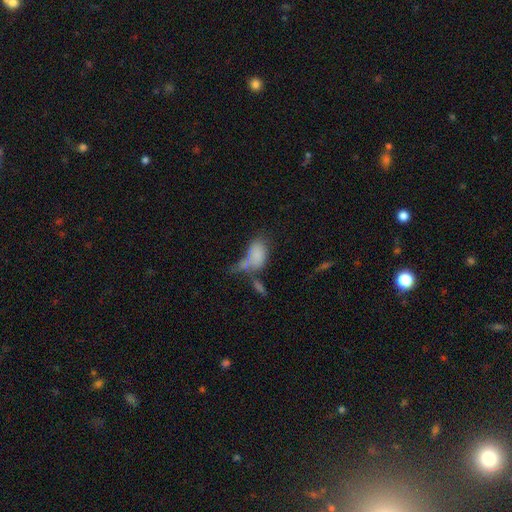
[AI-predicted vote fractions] smooth 75%, featured or disk 15%, star or artifact 9%. Down the decision tree: how rounded — in between (90%); merging — merger (39%).